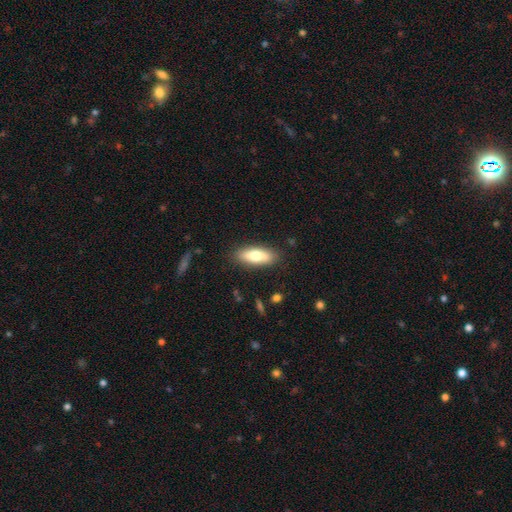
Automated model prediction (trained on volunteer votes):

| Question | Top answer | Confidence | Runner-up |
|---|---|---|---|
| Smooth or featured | smooth | 74% | featured or disk (19%) |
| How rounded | in between | 66% | cigar-shaped (31%) |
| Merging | none | 86% | minor disturbance (11%) |